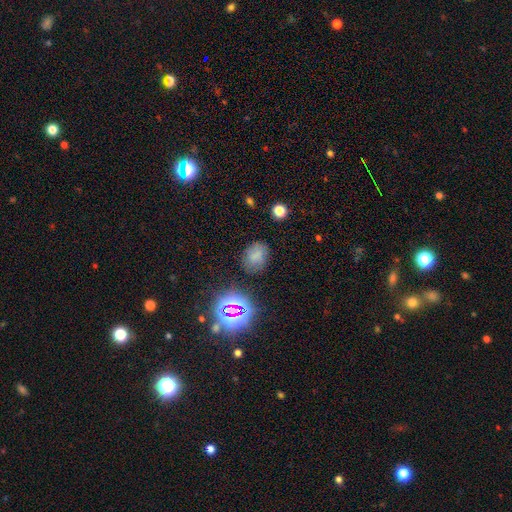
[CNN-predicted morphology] Q: Smooth or featured?
A: smooth (69%); runner-up: star or artifact (21%)
Q: How rounded?
A: in between (56%); runner-up: round (43%)
Q: Merging?
A: none (75%); runner-up: minor disturbance (17%)